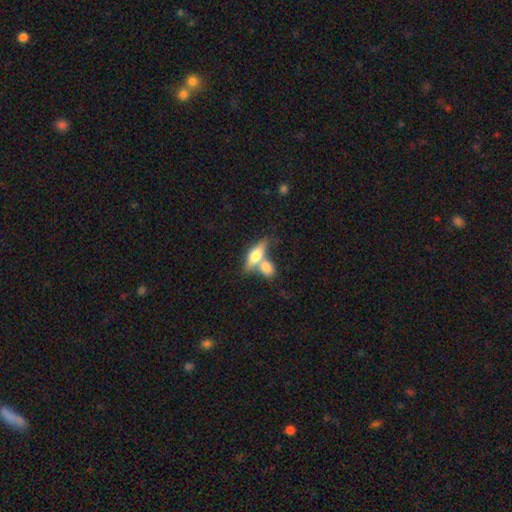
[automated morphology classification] Smooth or featured? smooth (59%)
How rounded? in between (63%)
Merging? merger (55%)